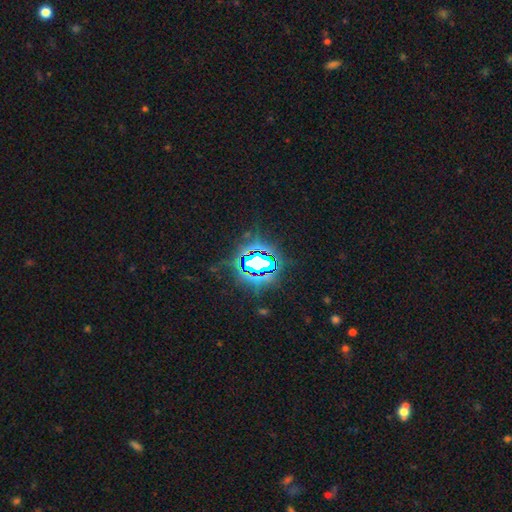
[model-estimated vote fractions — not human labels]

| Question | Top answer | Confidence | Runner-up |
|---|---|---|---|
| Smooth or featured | star or artifact | 83% | smooth (10%) |